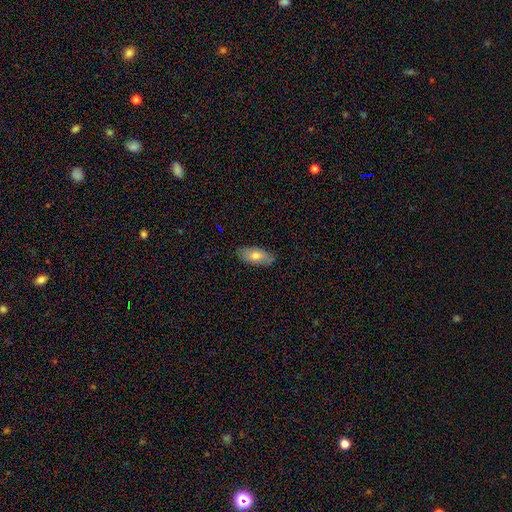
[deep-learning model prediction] The model was most divided on "smooth or featured": smooth: 72%, featured or disk: 21%, star or artifact: 6%. More confident: how rounded — in between (85%); merging — none (83%).